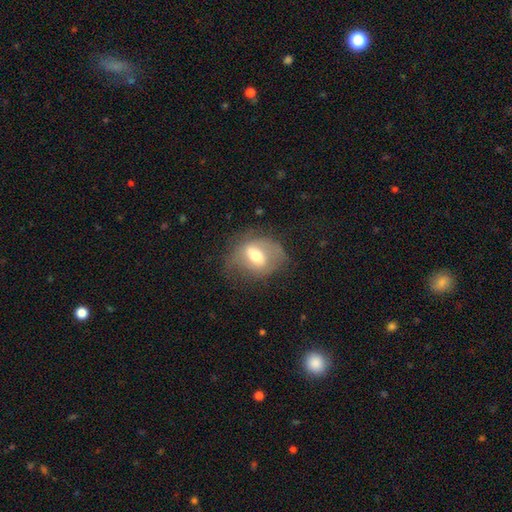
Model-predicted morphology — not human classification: Overall: smooth (47%; featured or disk 45%). Merging: none (54%; minor disturbance 27%).